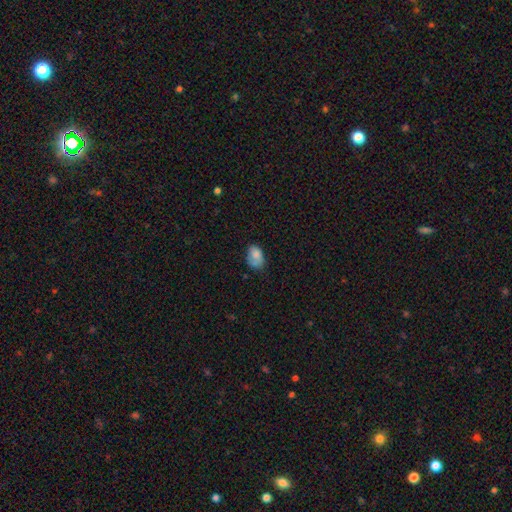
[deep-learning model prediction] Smooth or featured? smooth (78%)
How rounded? in between (84%)
Merging? none (50%)